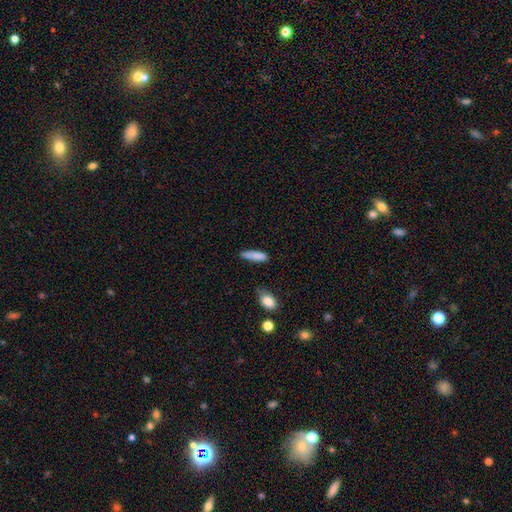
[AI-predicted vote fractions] Overall: smooth (85%). How rounded: cigar-shaped (60%; in between 38%). Merging: none (66%; minor disturbance 26%).